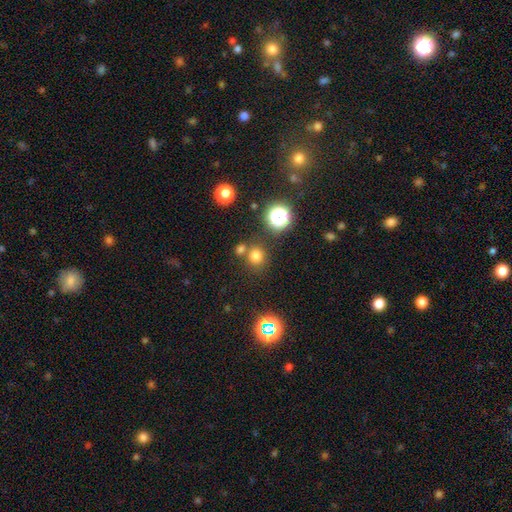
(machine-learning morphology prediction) smooth-or-featured: smooth: 72% | star or artifact: 22% | featured or disk: 6%
  how-rounded: round: 87% | in between: 12% | cigar-shaped: 1%
  merging: none: 72% | merger: 16% | minor disturbance: 8% | major disturbance: 3%